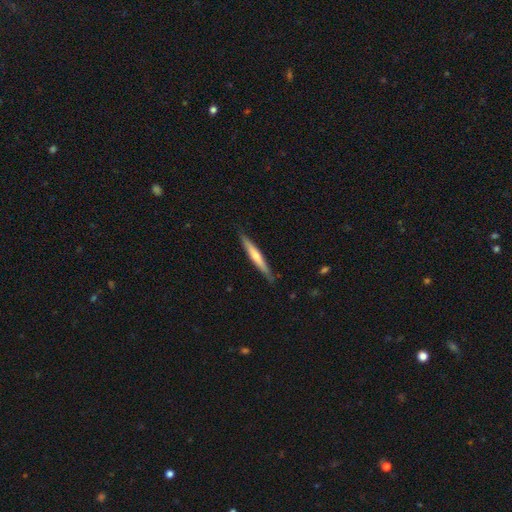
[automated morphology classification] smooth-or-featured: smooth: 48% | featured or disk: 46% | star or artifact: 5%
  merging: none: 86% | minor disturbance: 11% | major disturbance: 2% | merger: 1%